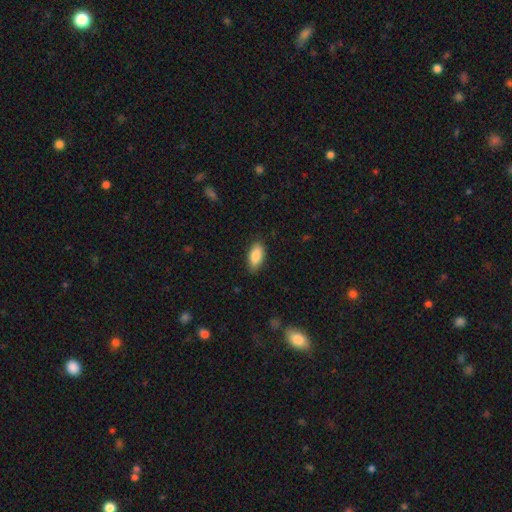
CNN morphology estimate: This appears to be a smooth galaxy with no disk features (87%) that is in between round and cigar-shaped (89%). Merging: none (83%).